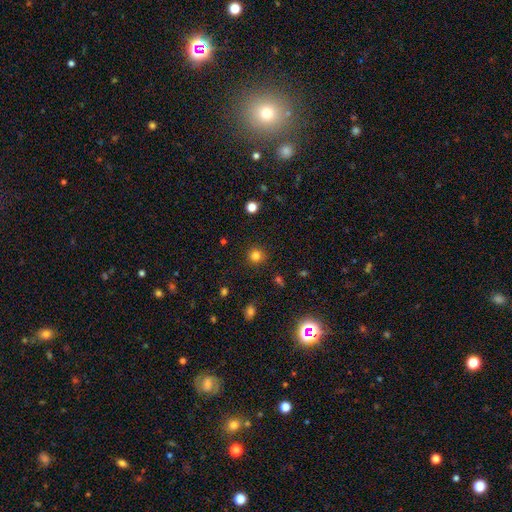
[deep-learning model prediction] Overall: smooth (81%). How rounded: round (94%). Merging: none (91%).